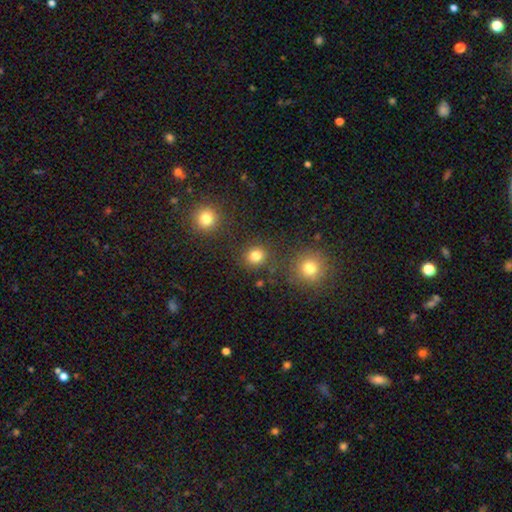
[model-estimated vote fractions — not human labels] A smooth galaxy with no disk features (81%) that is round (88%). Merging: none (84%).